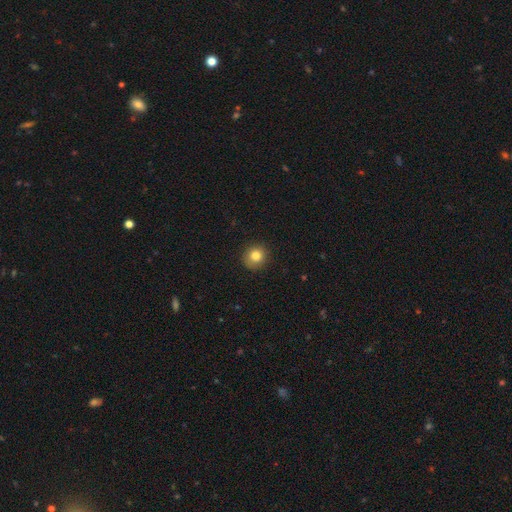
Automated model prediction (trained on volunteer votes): Morphology: type=smooth (81%); roundness=round (89%); merging=none (89%).